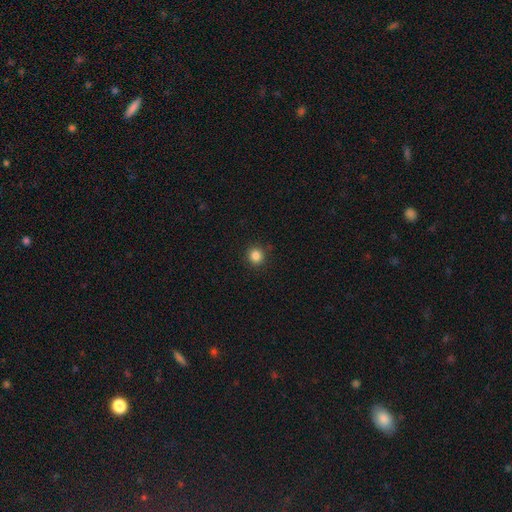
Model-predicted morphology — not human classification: type=smooth (85%); roundness=round (91%); merging=none (90%).